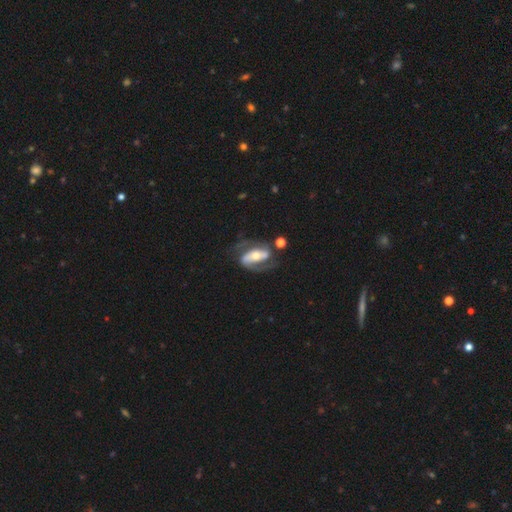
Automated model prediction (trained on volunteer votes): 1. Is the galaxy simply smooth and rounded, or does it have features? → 84% featured or disk, 11% smooth, 5% star or artifact.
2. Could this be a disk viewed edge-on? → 95% no, 5% yes.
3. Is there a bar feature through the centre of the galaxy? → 52% strong, 24% weak, 24% no.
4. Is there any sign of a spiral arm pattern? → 92% yes, 8% no.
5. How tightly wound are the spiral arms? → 49% medium, 26% loose, 26% tight.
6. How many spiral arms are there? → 86% 2, 6% 1, 4% can't tell, 2% 3, 1% 4, 1% more than 4.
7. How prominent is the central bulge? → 56% moderate, 34% small, 7% large, 2% none, 1% dominant.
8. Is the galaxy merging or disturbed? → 60% none, 17% minor disturbance, 15% major disturbance, 7% merger.